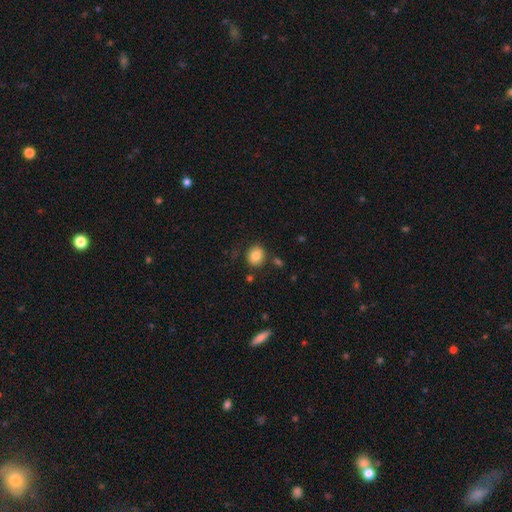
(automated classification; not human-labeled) Q: Smooth or featured?
A: smooth (82%); runner-up: star or artifact (10%)
Q: How rounded?
A: round (71%); runner-up: in between (28%)
Q: Merging?
A: none (80%); runner-up: minor disturbance (11%)